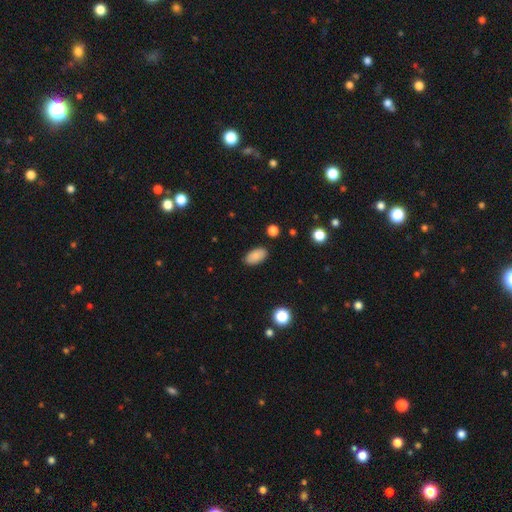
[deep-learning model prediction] A smooth galaxy with no disk features (85%) that is in between round and cigar-shaped (94%). Merging: none (88%).